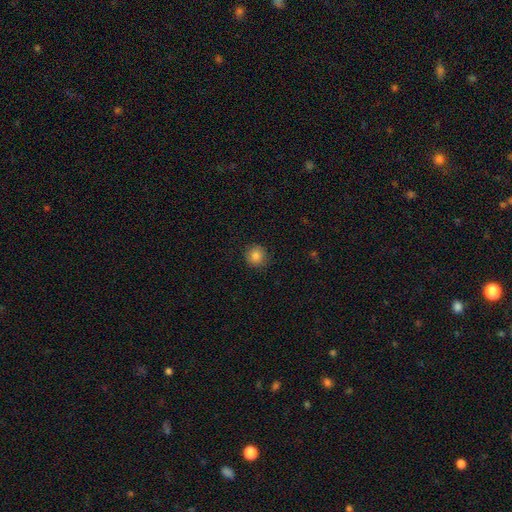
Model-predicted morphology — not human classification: Overall: smooth (84%). How rounded: round (93%). Merging: none (89%).